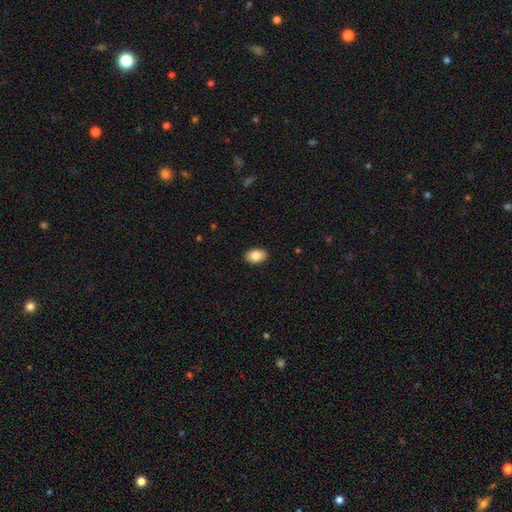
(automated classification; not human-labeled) Smooth or featured? Predicted: smooth (p=0.84). How rounded? Predicted: in between (p=0.88). Merging? Predicted: none (p=0.90).